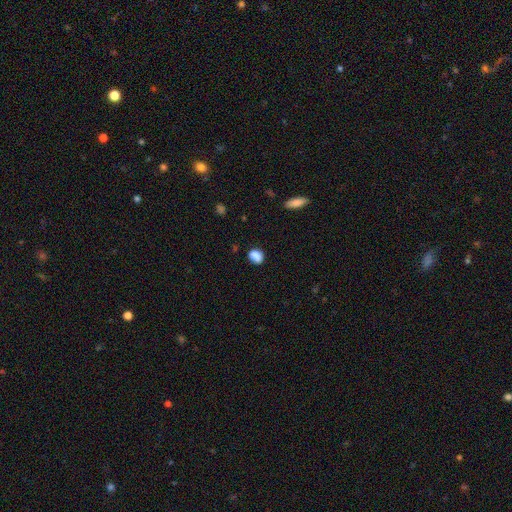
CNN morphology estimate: The model was most divided on "how rounded": in between: 65%, round: 33%, cigar-shaped: 2%. More confident: smooth or featured — smooth (86%); merging — none (76%).